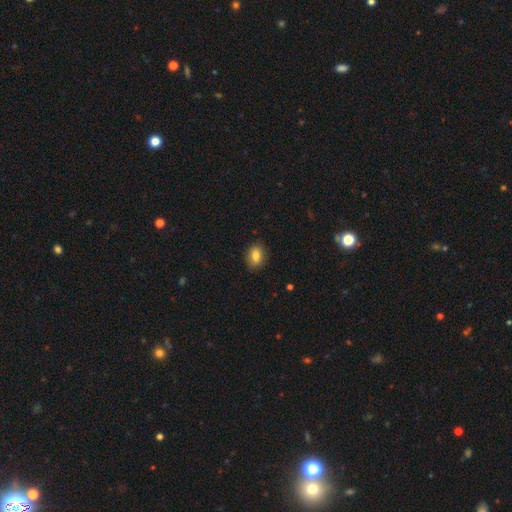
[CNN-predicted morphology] Q: Smooth or featured?
A: smooth (82%); runner-up: star or artifact (9%)
Q: How rounded?
A: in between (72%); runner-up: round (26%)
Q: Merging?
A: none (87%); runner-up: minor disturbance (10%)